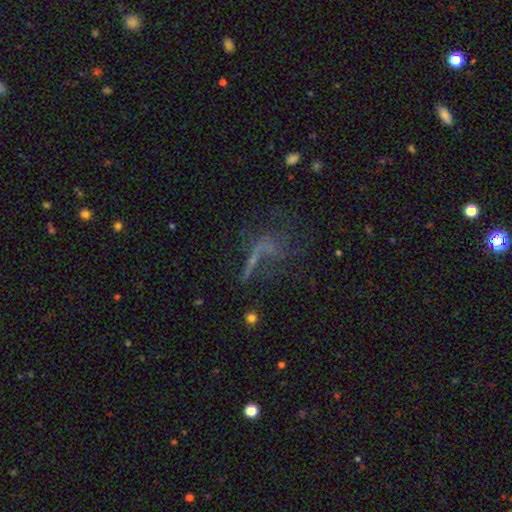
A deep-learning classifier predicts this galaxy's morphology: smooth-or-featured: featured or disk: 40% | star or artifact: 31% | smooth: 29%
  merging: none: 40% | major disturbance: 36% | minor disturbance: 14% | merger: 9%